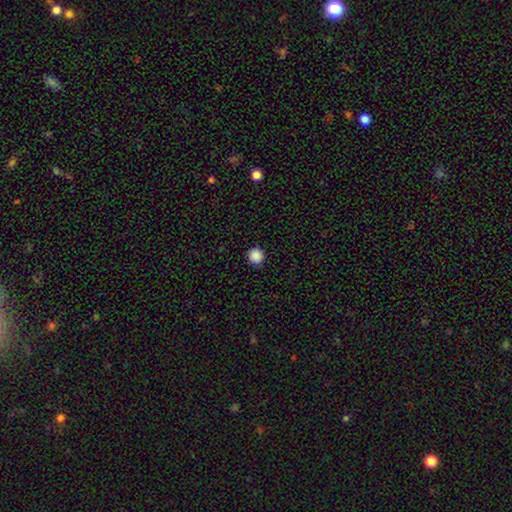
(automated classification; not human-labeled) Q: Smooth or featured?
A: smooth (88%); runner-up: star or artifact (10%)
Q: How rounded?
A: round (93%); runner-up: in between (6%)
Q: Merging?
A: none (92%); runner-up: minor disturbance (5%)